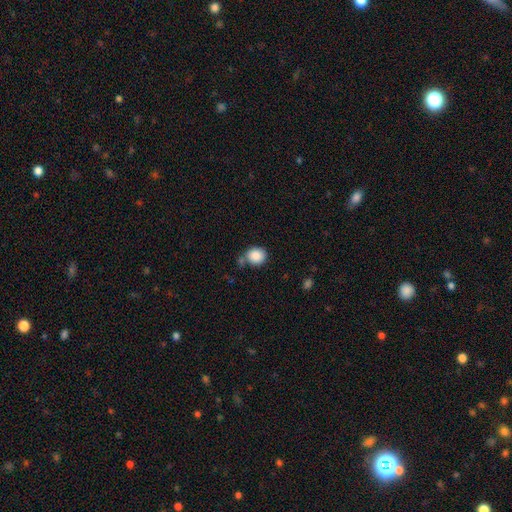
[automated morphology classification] smooth_or_featured: smooth (p=0.87) [alt: star or artifact p=0.09]
how_rounded: round (p=0.77) [alt: in between p=0.22]
merging: none (p=0.65) [alt: minor disturbance p=0.16]